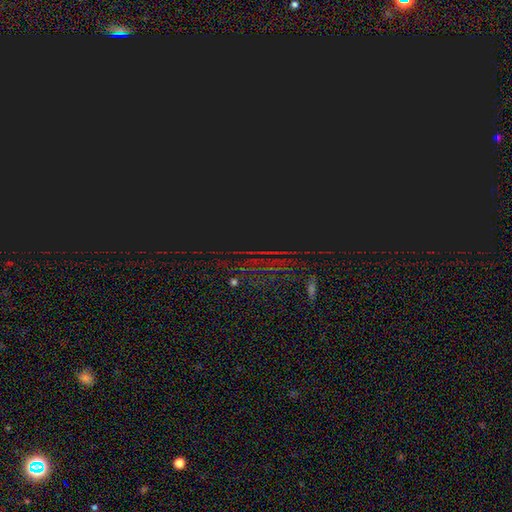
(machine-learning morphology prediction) Overall: star or artifact (84%).